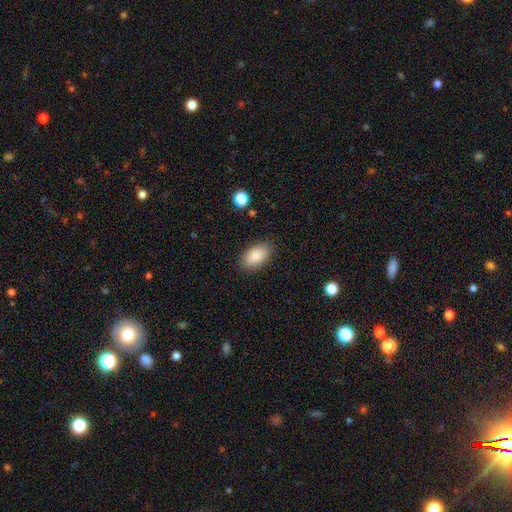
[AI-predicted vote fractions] Smooth or featured? smooth (87%)
How rounded? in between (93%)
Merging? none (86%)